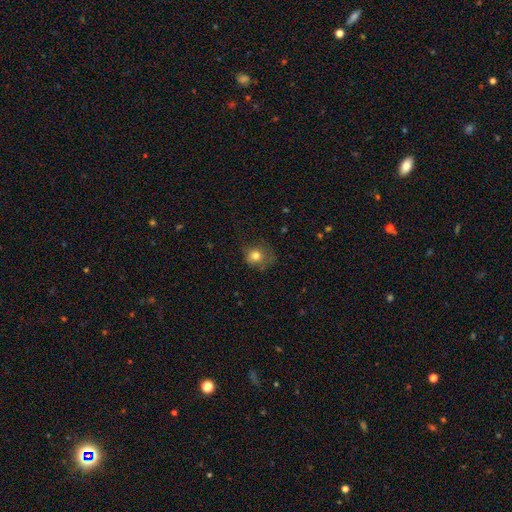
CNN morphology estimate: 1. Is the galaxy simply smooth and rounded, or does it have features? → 77% smooth, 12% star or artifact, 11% featured or disk.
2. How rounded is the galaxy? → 76% round, 23% in between, 1% cigar-shaped.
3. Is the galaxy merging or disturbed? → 56% none, 27% minor disturbance, 15% major disturbance, 2% merger.